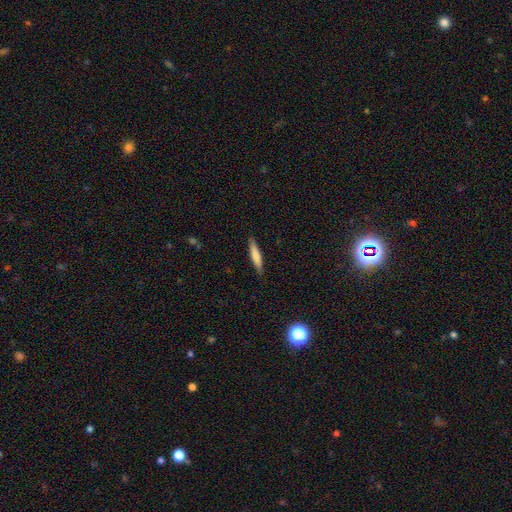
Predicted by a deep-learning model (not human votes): This is likely a smooth galaxy (74%). How rounded: clearly cigar-shaped (89%). Merging: clearly none (87%).